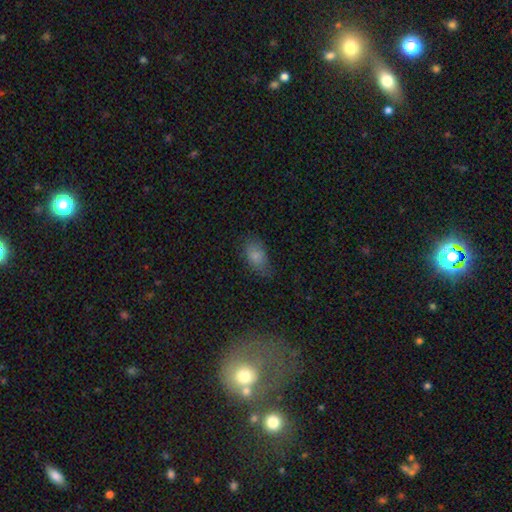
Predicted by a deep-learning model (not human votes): This appears to be a smooth galaxy with no disk features (81%) that is in between round and cigar-shaped (90%). Merging: none (66%).